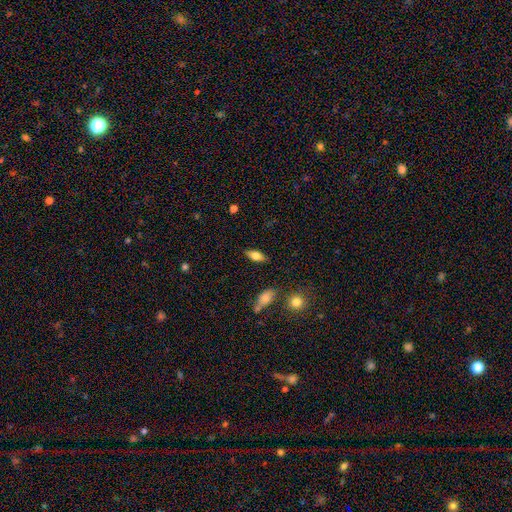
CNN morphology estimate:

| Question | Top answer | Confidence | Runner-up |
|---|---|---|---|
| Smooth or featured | smooth | 74% | featured or disk (19%) |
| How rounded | in between | 84% | cigar-shaped (13%) |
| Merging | none | 85% | minor disturbance (11%) |